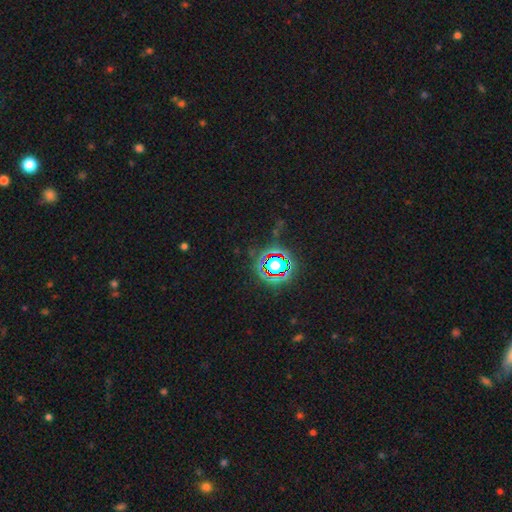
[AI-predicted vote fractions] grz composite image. It shows a star or artifact, not a galaxy (81%).